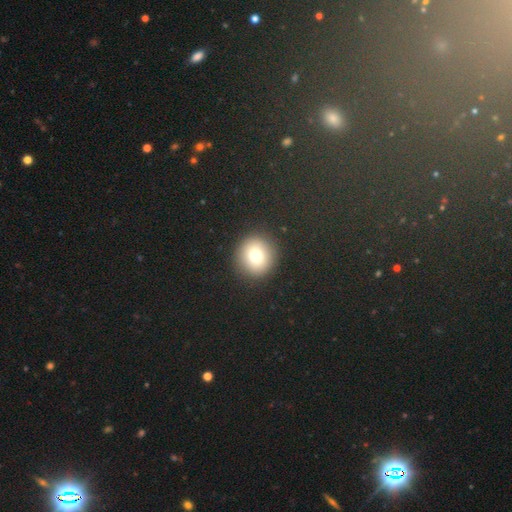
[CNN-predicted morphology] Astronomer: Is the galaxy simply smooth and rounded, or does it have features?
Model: smooth — 77%.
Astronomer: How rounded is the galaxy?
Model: round — 91%.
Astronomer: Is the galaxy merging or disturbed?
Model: none — 91%.